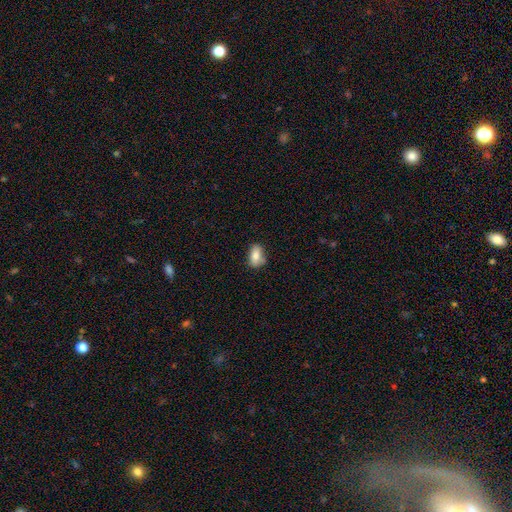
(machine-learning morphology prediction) Overall: smooth (80%). How rounded: in between (85%). Merging: none (67%).